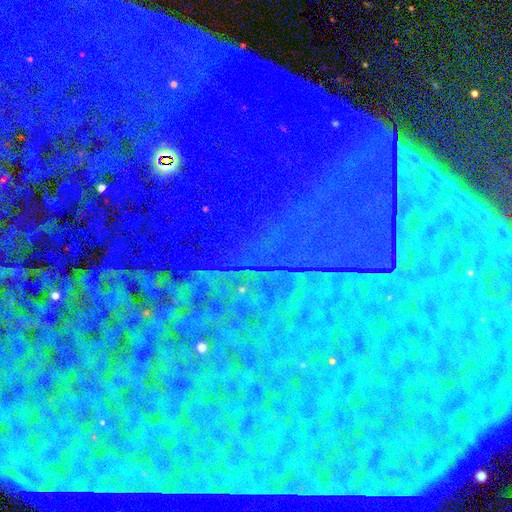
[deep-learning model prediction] This is clearly a star or artifact rather than a galaxy (86%).